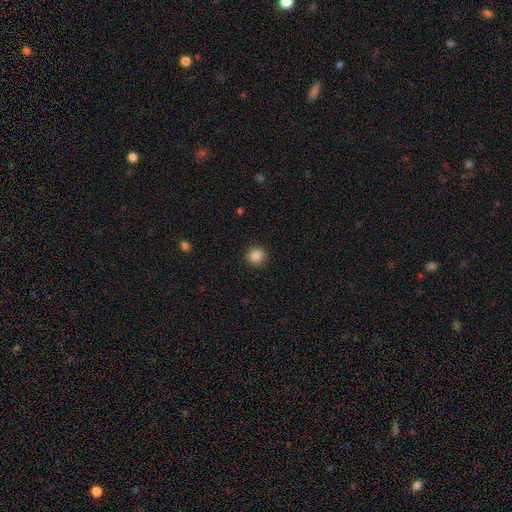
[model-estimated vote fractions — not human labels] A smooth galaxy with no disk features (87%) that is round (92%).

Vote fractions:
- Smooth or featured? smooth: 87% / star or artifact: 10% / featured or disk: 3%
- How rounded? round: 92% / in between: 7% / cigar-shaped: 1%
- Merging? none: 90% / minor disturbance: 6% / major disturbance: 2% / merger: 1%